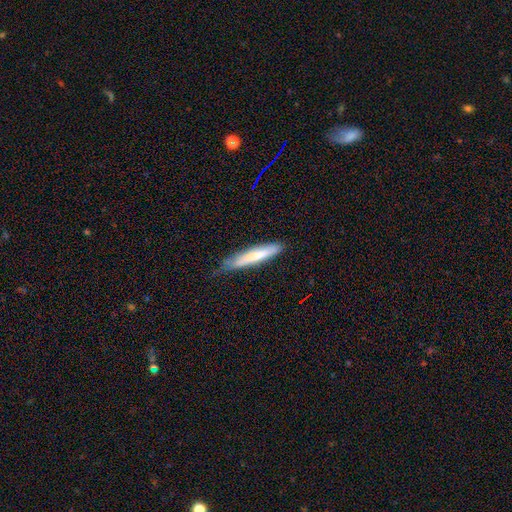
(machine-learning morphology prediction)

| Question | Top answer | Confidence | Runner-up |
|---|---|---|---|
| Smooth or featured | smooth | 67% | featured or disk (27%) |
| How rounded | cigar-shaped | 90% | in between (9%) |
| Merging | none | 68% | minor disturbance (27%) |